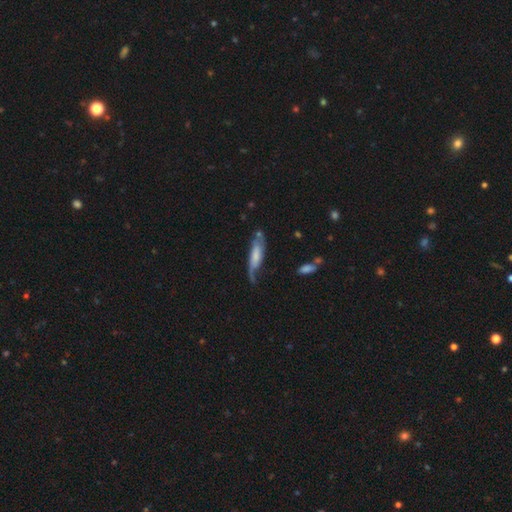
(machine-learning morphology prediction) smooth_or_featured: featured or disk (p=0.52) [alt: smooth p=0.42]
disk_edge_on: no (p=0.70) [alt: yes p=0.30]
merging: none (p=0.48) [alt: minor disturbance p=0.29]